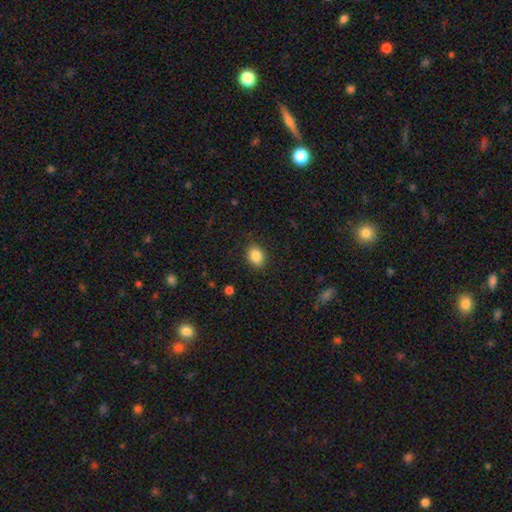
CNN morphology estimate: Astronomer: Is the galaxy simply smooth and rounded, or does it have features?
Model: smooth — 87%.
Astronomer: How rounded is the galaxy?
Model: in between — 71%.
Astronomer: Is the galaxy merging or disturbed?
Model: none — 87%.